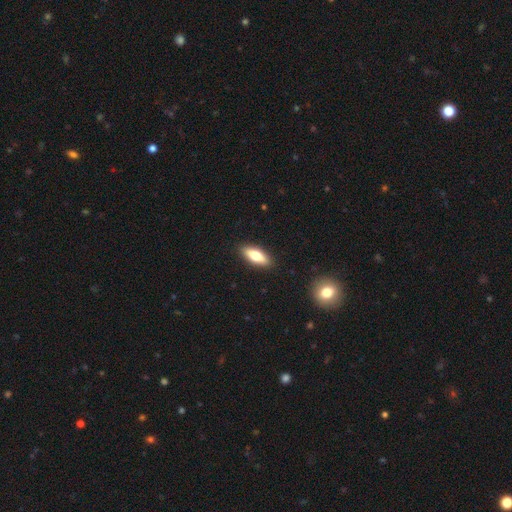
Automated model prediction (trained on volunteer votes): Overall: smooth (68%). How rounded: in between (66%; cigar-shaped 32%). Merging: none (89%).